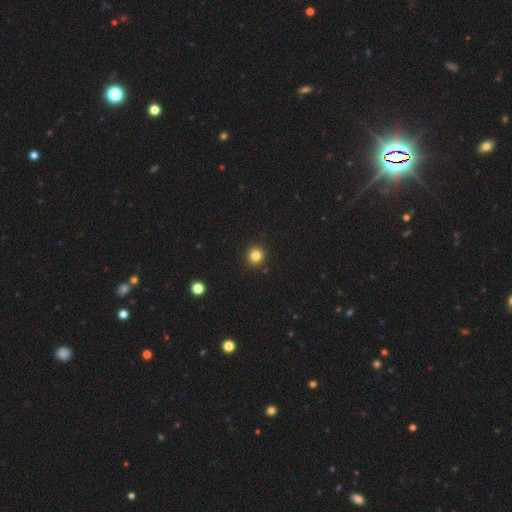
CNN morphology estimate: type=smooth (82%); roundness=round (94%); merging=none (92%).